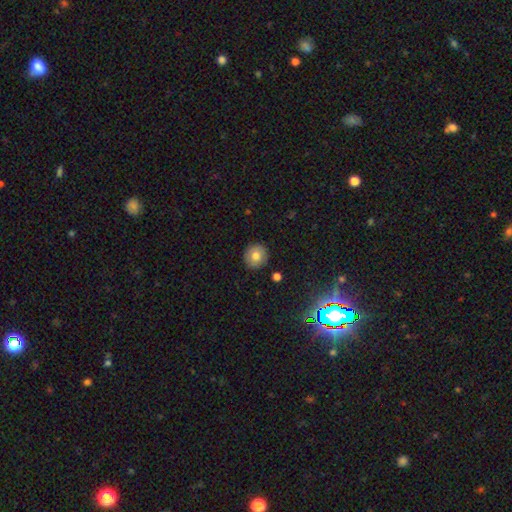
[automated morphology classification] type=smooth (75%); roundness=round (92%); merging=none (89%).